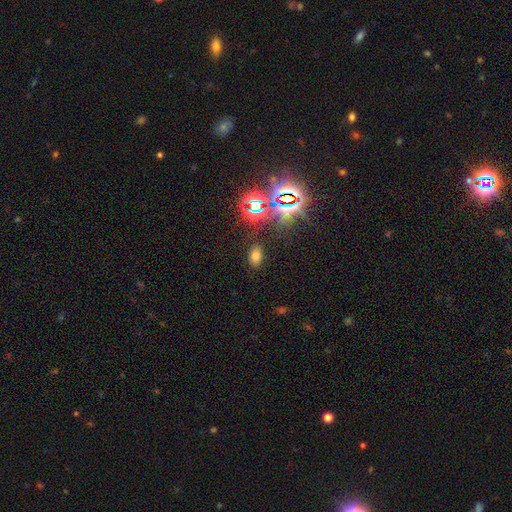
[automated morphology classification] Q: Smooth or featured?
A: smooth (62%); runner-up: star or artifact (30%)
Q: How rounded?
A: in between (88%); runner-up: round (10%)
Q: Merging?
A: none (86%); runner-up: minor disturbance (9%)